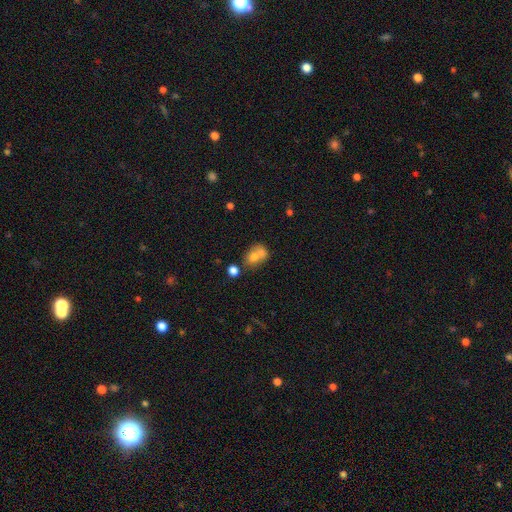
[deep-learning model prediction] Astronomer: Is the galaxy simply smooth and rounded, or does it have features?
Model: smooth — 68%.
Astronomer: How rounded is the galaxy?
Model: round — 50% (runner-up: in between, 49%).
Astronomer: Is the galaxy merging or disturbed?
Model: merger — 58%.